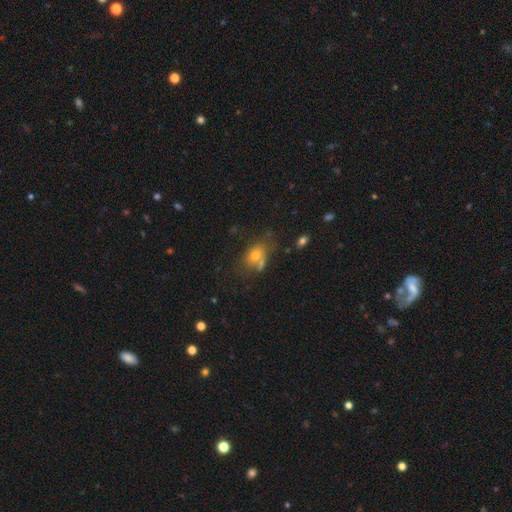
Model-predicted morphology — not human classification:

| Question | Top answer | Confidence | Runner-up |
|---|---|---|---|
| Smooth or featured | smooth | 66% | featured or disk (19%) |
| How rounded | in between | 66% | round (32%) |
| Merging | none | 46% | merger (22%) |